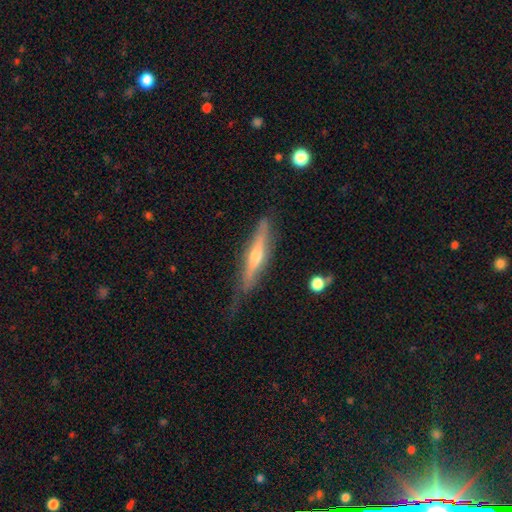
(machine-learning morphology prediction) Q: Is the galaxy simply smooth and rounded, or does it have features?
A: featured or disk — 61%.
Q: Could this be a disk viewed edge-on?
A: yes — 91%.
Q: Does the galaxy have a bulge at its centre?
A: rounded — 72%.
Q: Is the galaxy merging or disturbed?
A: none — 66%.